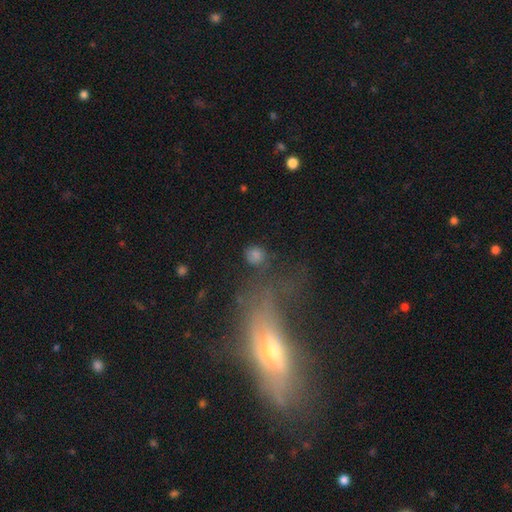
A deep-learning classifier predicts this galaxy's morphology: This is likely a smooth galaxy (74%). How rounded: clearly round (87%). Merging: likely none (67%).